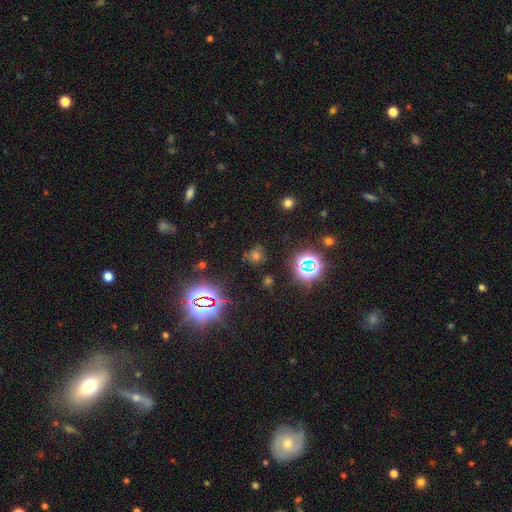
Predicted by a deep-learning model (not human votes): smooth-or-featured: star or artifact: 51% | smooth: 40% | featured or disk: 8%